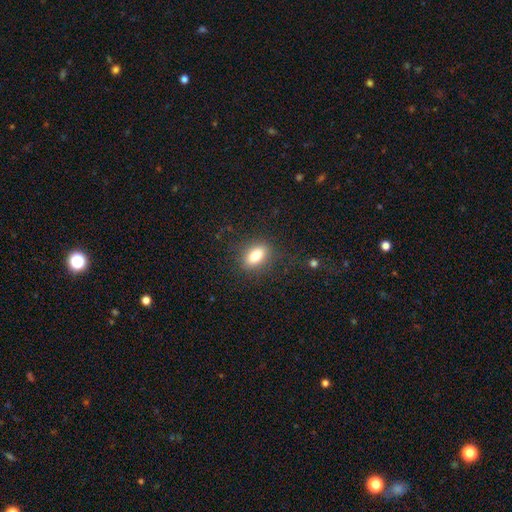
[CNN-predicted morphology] This appears to be a smooth galaxy with no disk features (78%) that is in between round and cigar-shaped (83%). Merging: none (84%).